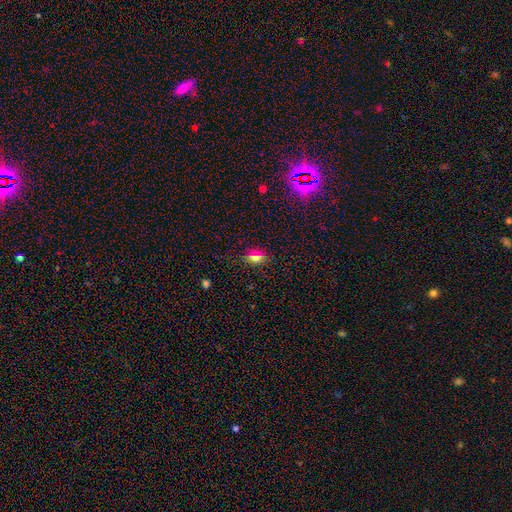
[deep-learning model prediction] Smooth or featured? smooth (69%)
How rounded? in between (73%)
Merging? none (87%)